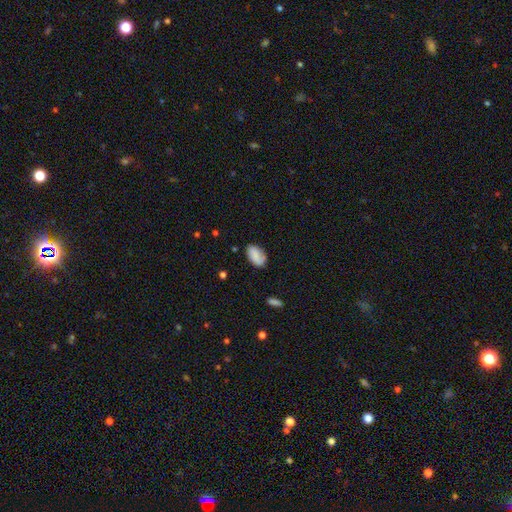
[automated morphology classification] Overall: smooth (81%). How rounded: in between (92%). Merging: none (74%).